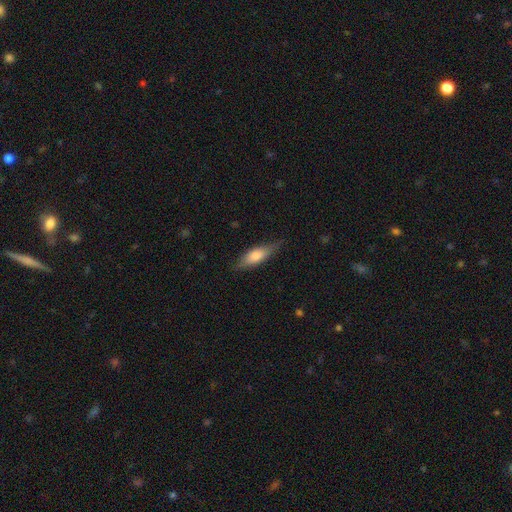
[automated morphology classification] This appears to be a smooth galaxy with no disk features (67%) that is in between round and cigar-shaped (55%). Merging: none (73%).